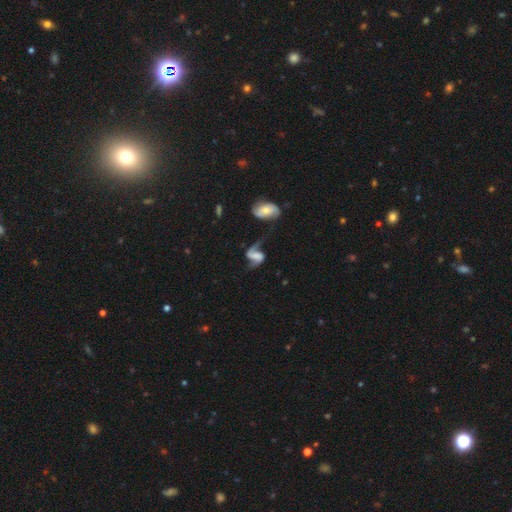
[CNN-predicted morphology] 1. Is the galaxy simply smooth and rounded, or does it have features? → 79% featured or disk, 13% smooth, 8% star or artifact.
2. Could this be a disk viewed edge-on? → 97% no, 3% yes.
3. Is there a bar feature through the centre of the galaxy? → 38% weak, 32% strong, 30% no.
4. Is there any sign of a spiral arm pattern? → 92% yes, 8% no.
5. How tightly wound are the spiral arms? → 69% loose, 25% medium, 6% tight.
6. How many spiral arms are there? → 88% 2, 7% 1, 3% can't tell, 1% 3, 1% 4, 1% more than 4.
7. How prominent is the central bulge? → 42% none, 21% small, 19% moderate, 14% large, 4% dominant.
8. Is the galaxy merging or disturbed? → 48% none, 22% major disturbance, 19% minor disturbance, 11% merger.